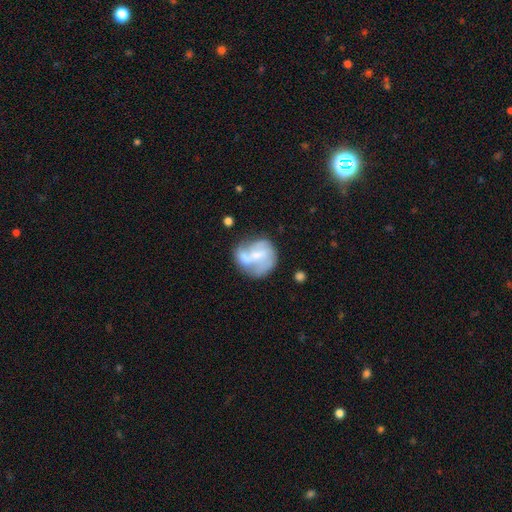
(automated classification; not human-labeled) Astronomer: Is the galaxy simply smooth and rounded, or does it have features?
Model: featured or disk — 61%.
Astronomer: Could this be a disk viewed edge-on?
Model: no — 98%.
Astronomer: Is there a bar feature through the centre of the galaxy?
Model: no — 42% (runner-up: weak, 41%).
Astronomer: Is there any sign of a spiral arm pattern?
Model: yes — 67%.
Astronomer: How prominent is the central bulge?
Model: small — 44% (runner-up: moderate, 30%).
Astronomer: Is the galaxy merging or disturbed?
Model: none — 44% (runner-up: minor disturbance, 22%).